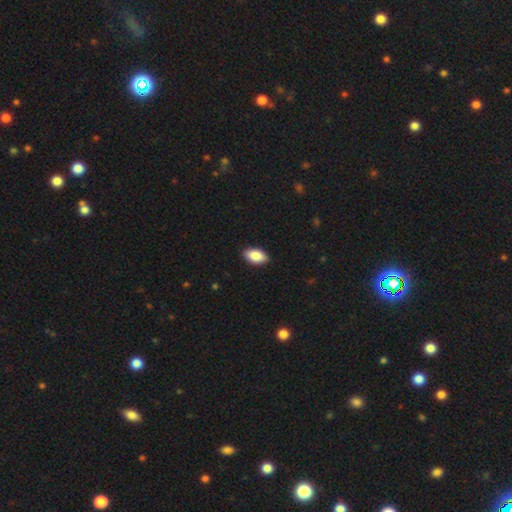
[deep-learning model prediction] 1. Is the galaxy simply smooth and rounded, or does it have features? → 89% smooth, 6% star or artifact, 5% featured or disk.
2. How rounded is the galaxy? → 94% in between, 3% round, 3% cigar-shaped.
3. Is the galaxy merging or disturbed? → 90% none, 8% minor disturbance, 2% major disturbance, 1% merger.